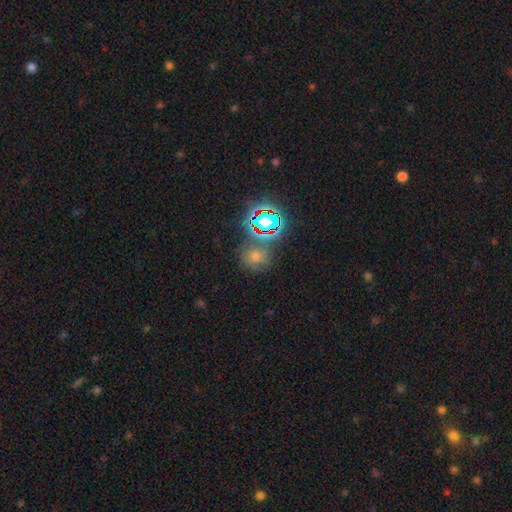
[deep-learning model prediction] Overall: star or artifact (51%; smooth 36%).